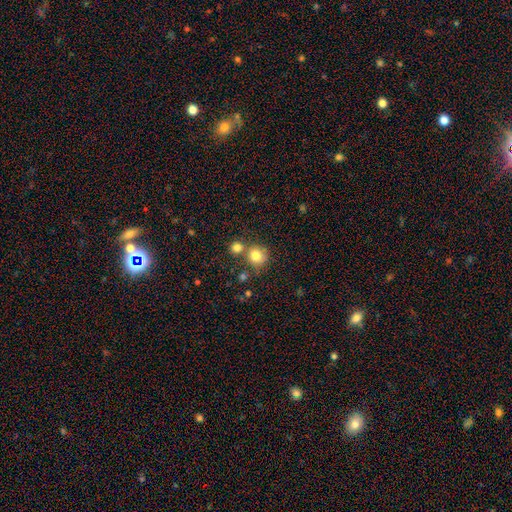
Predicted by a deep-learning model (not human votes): This appears to be a smooth galaxy with no disk features (80%) that is round (88%). Merging: none (61%).